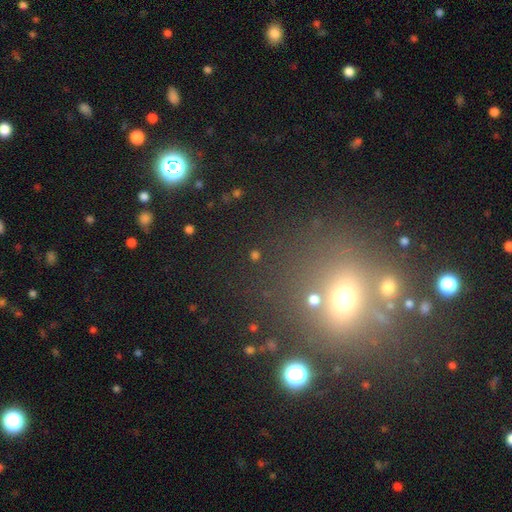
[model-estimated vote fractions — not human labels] Smooth or featured? star or artifact (47%)